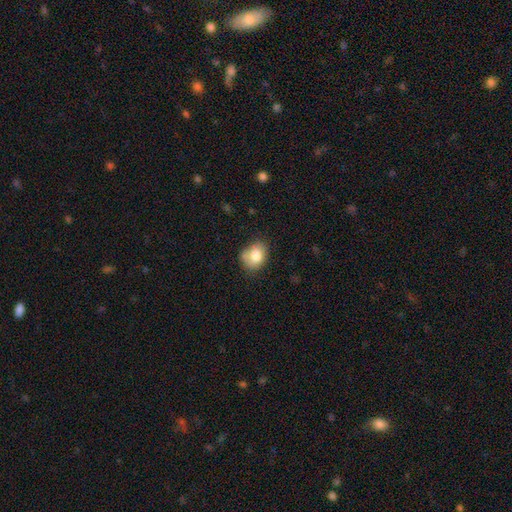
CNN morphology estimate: type=smooth (77%); roundness=in between (56%); merging=none (56%).